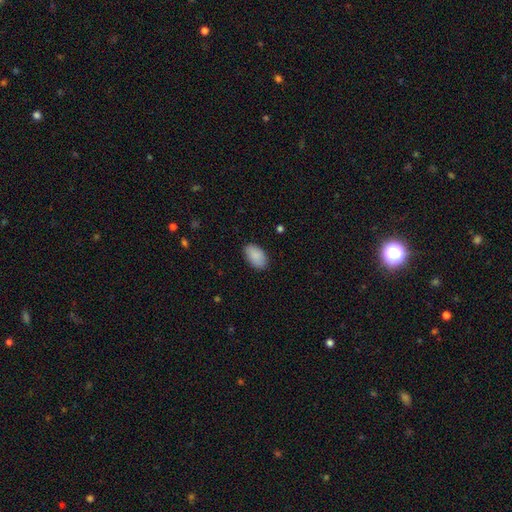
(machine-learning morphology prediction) The model was most divided on "merging": none: 84%, minor disturbance: 12%, major disturbance: 3%, merger: 1%. More confident: how rounded — in between (94%); smooth or featured — smooth (89%).